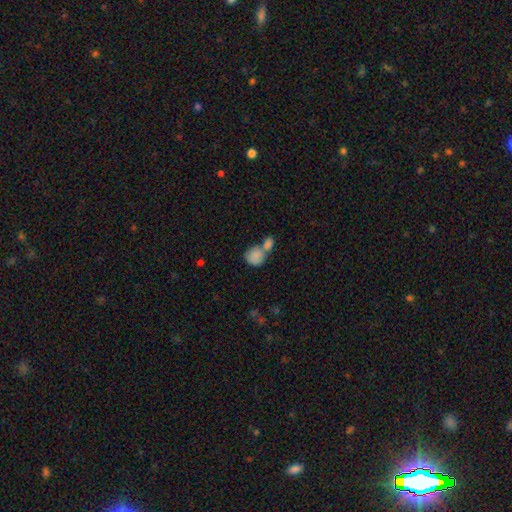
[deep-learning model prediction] This appears to be a smooth galaxy with no disk features (84%) that is round (65%). Merging: merger (60%).